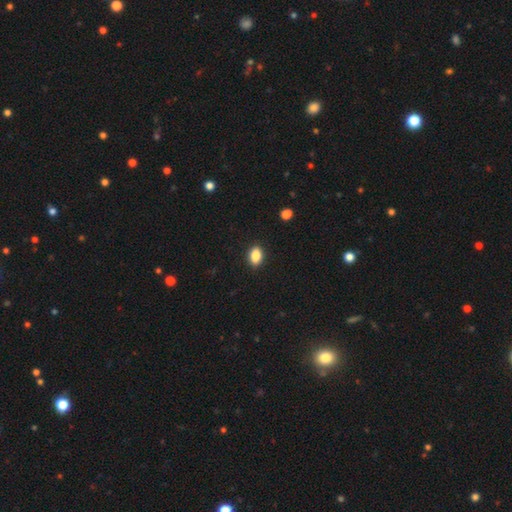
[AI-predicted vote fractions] smooth 87%, star or artifact 8%, featured or disk 4%. Down the decision tree: how rounded — in between (85%); merging — none (89%).